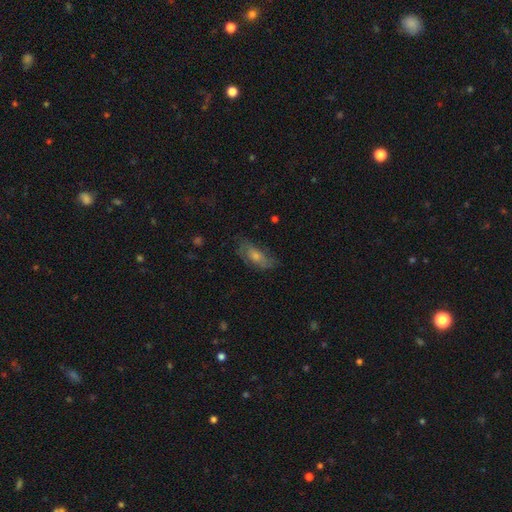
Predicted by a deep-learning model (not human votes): smooth-or-featured: featured or disk: 44% | smooth: 43% | star or artifact: 13%
  merging: none: 68% | minor disturbance: 22% | major disturbance: 8% | merger: 1%